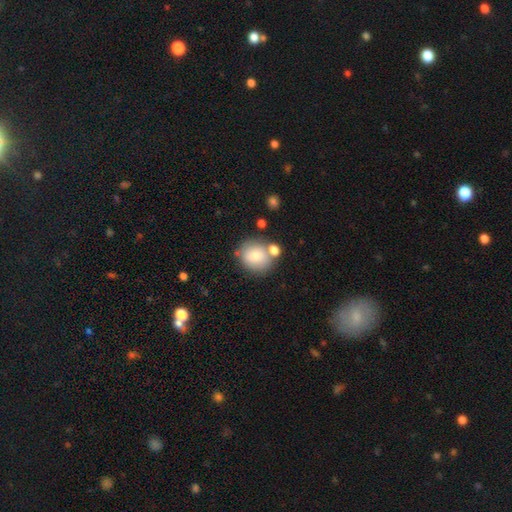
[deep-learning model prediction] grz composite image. It shows a smooth galaxy with no disk features (77%) that is round (82%). Merging: none (65%).